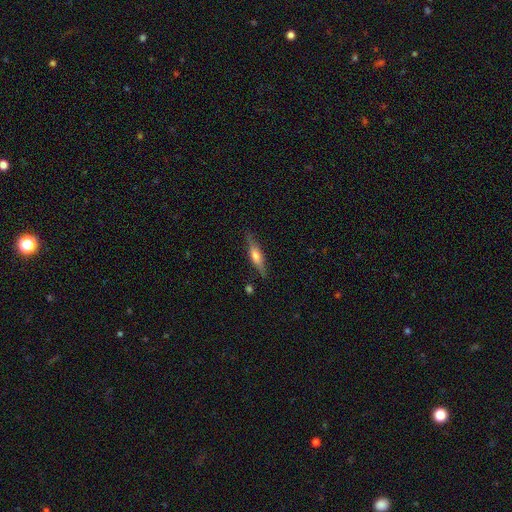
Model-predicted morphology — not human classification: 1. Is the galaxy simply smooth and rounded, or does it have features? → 48% featured or disk, 46% smooth, 6% star or artifact.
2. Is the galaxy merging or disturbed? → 82% none, 13% minor disturbance, 3% major disturbance, 2% merger.